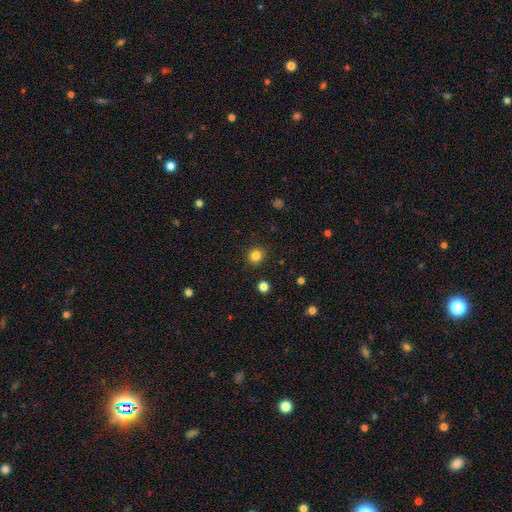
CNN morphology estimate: smooth-or-featured: smooth: 82% | star or artifact: 13% | featured or disk: 5%
  how-rounded: round: 88% | in between: 11% | cigar-shaped: 1%
  merging: none: 90% | minor disturbance: 6% | major disturbance: 2% | merger: 1%